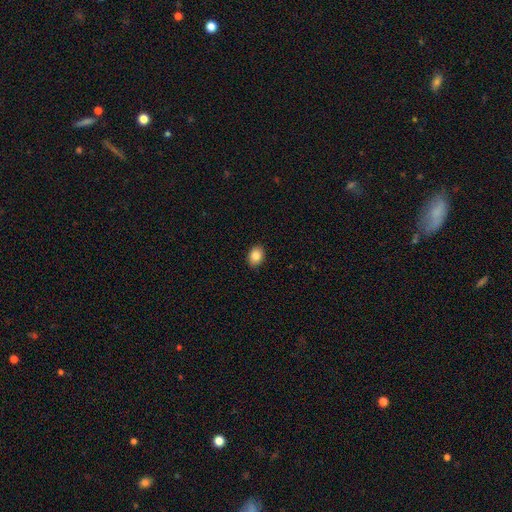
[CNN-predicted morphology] smooth_or_featured: smooth (p=0.86) [alt: star or artifact p=0.09]
how_rounded: in between (p=0.66) [alt: round p=0.33]
merging: none (p=0.90) [alt: minor disturbance p=0.07]